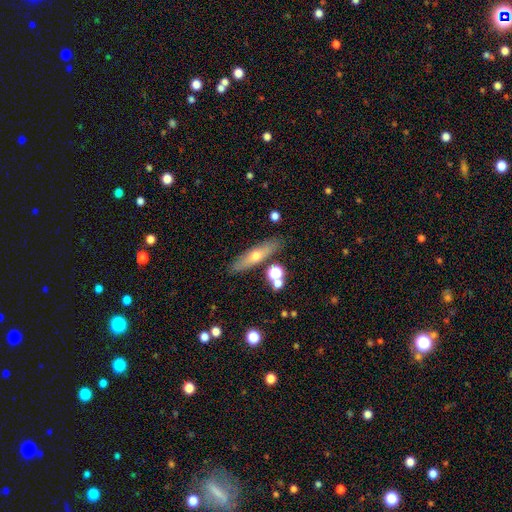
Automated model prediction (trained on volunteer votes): A smooth galaxy with no disk features (48%). Merging: none (83%).